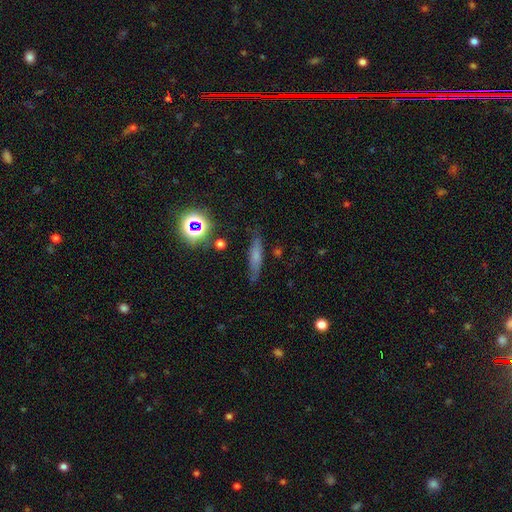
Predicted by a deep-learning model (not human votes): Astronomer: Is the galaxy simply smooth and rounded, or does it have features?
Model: smooth — 54% (runner-up: featured or disk, 30%).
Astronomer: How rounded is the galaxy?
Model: cigar-shaped — 80%.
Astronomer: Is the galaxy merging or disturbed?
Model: none — 79%.